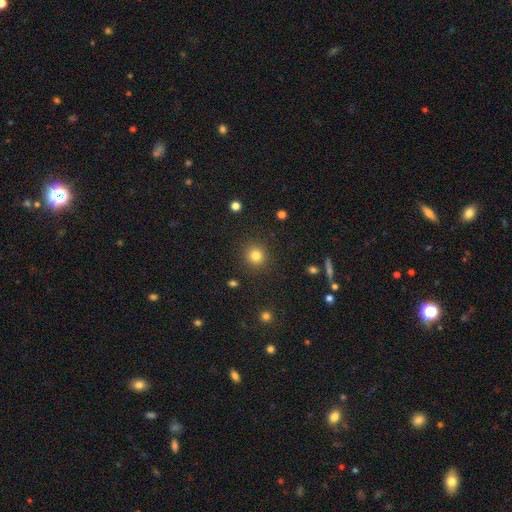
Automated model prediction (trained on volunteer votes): smooth 82%, star or artifact 13%, featured or disk 6%. Down the decision tree: how rounded — round (93%); merging — none (90%).